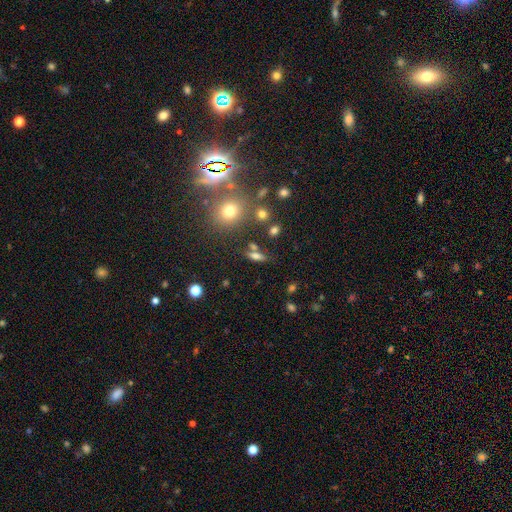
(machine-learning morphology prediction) Smooth or featured: smooth — 64% (featured or disk — 20%)
How rounded: in between — 54% (cigar-shaped — 34%)
Merging: none — 67% (merger — 14%)